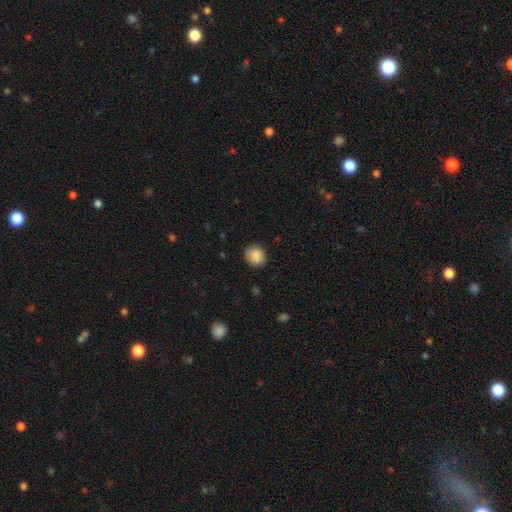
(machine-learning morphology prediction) Overall: smooth (89%). How rounded: round (84%). Merging: none (88%).